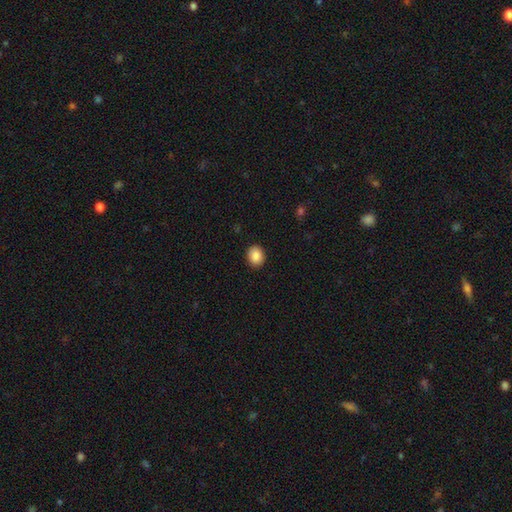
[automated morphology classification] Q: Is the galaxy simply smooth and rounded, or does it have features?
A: smooth — 88%.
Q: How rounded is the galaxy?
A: round — 62%.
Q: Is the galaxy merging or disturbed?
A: none — 91%.